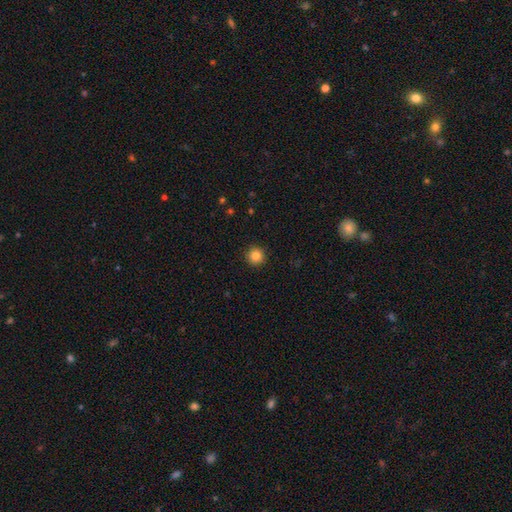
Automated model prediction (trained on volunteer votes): The model was most divided on "smooth or featured": smooth: 84%, star or artifact: 11%, featured or disk: 5%. More confident: how rounded — round (96%); merging — none (93%).